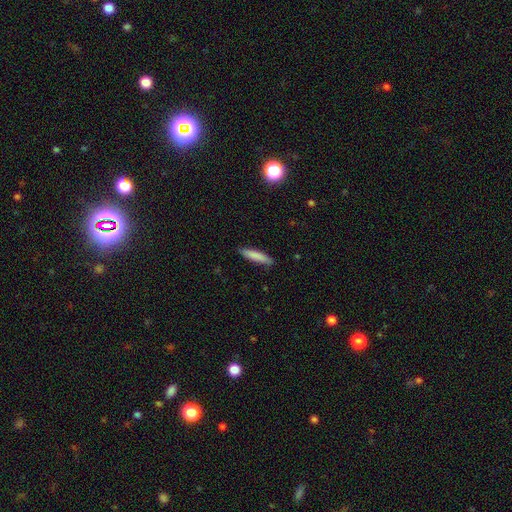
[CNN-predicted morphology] This is clearly a smooth galaxy (83%). How rounded: clearly cigar-shaped (83%). Merging: clearly none (87%).